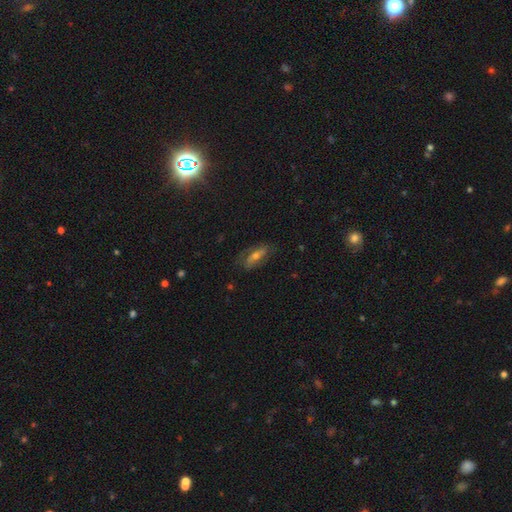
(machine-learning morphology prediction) featured or disk 50%, smooth 38%, star or artifact 12%. Down the decision tree: edge-on disk — no (73%); merging — none (70%).